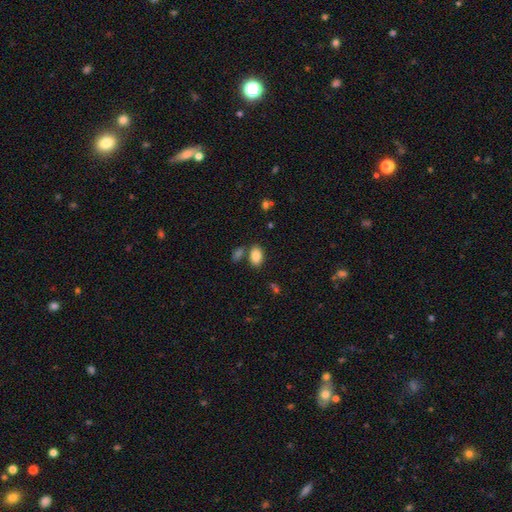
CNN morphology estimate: This appears to be a smooth galaxy with no disk features (86%) that is in between round and cigar-shaped (90%). Merging: none (71%).